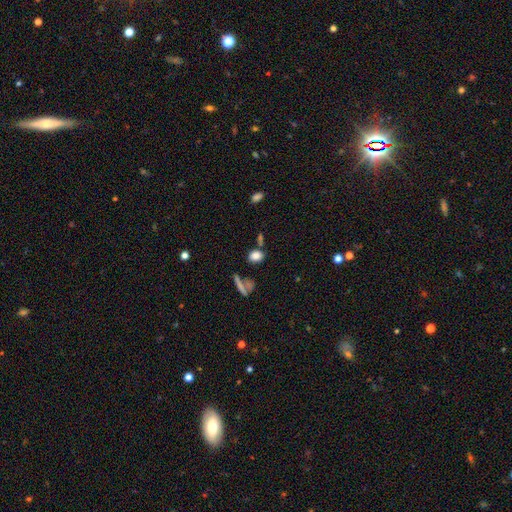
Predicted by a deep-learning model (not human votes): This appears to be a smooth galaxy with no disk features (81%) that is in between round and cigar-shaped (70%). Merging: none (66%).